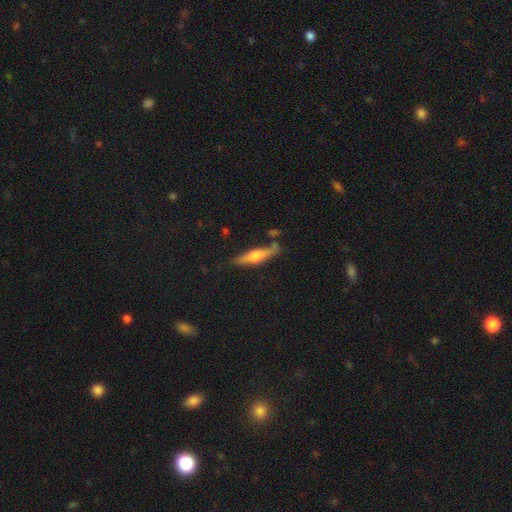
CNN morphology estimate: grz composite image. It shows a featured or disk galaxy (51%) viewed edge-on (92%). Merging: none (74%).